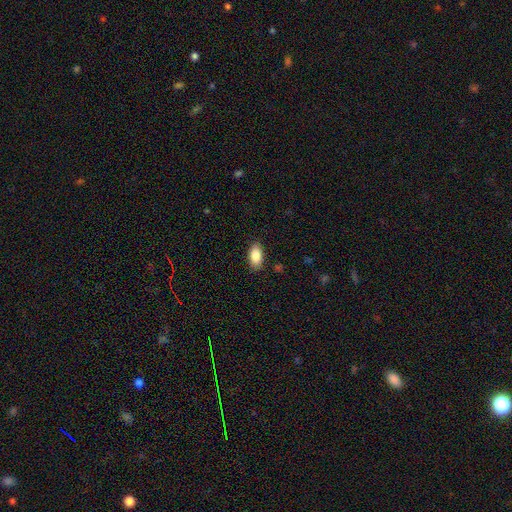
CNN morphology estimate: This appears to be a smooth galaxy with no disk features (87%) that is in between round and cigar-shaped (91%). Merging: none (87%).